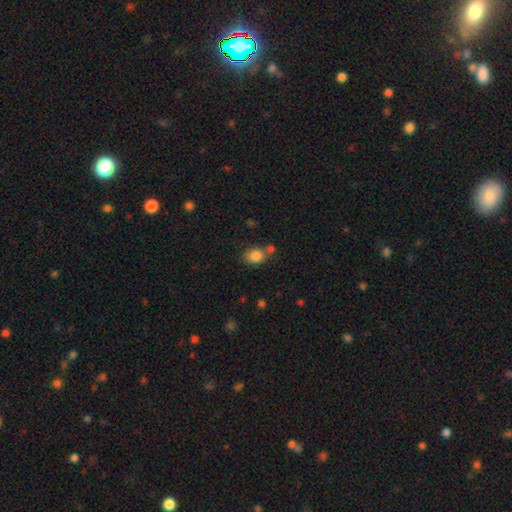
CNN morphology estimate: Q: Smooth or featured?
A: smooth (84%); runner-up: star or artifact (9%)
Q: How rounded?
A: in between (59%); runner-up: round (40%)
Q: Merging?
A: none (59%); runner-up: merger (21%)